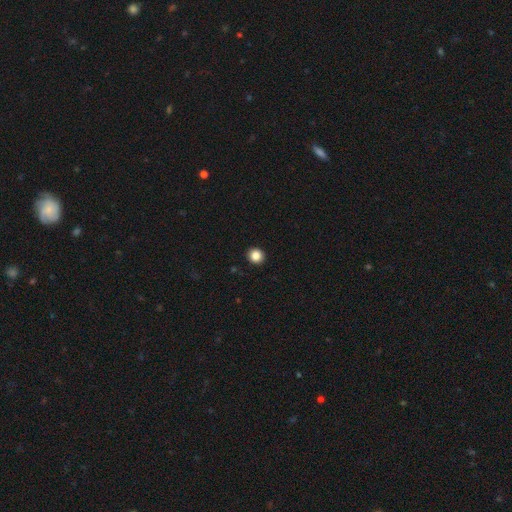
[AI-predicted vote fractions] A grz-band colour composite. It shows a smooth galaxy with no disk features (86%) that is round (91%). Merging: none (93%).